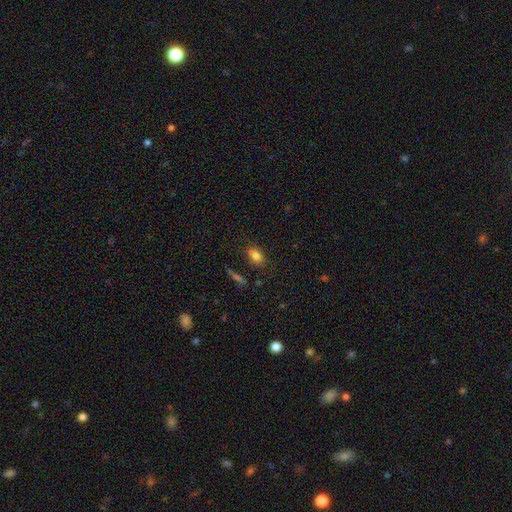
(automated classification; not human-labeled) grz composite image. It shows a smooth galaxy with no disk features (79%) that is in between round and cigar-shaped (81%). Merging: none (76%).